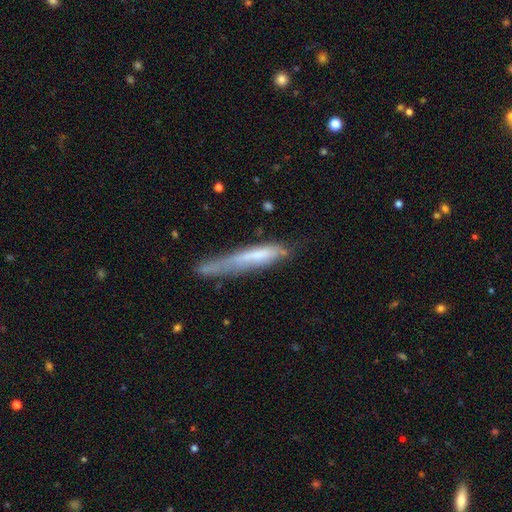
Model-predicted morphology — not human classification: A smooth galaxy with no disk features (53%) that is cigar-shaped (90%).

Vote fractions:
- Smooth or featured? smooth: 53% / featured or disk: 40% / star or artifact: 7%
- How rounded? cigar-shaped: 90% / in between: 9% / round: 1%
- Merging? none: 43% / minor disturbance: 32% / major disturbance: 19% / merger: 6%